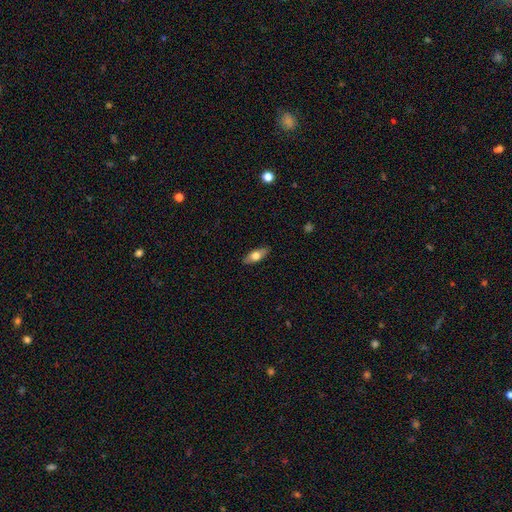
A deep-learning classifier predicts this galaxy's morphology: Smooth or featured?
  - smooth: 62% *
  - featured or disk: 32%
  - star or artifact: 6%
How rounded?
  - in between: 74% *
  - cigar-shaped: 22%
  - round: 4%
Merging?
  - none: 87% *
  - minor disturbance: 10%
  - major disturbance: 2%
  - merger: 1%